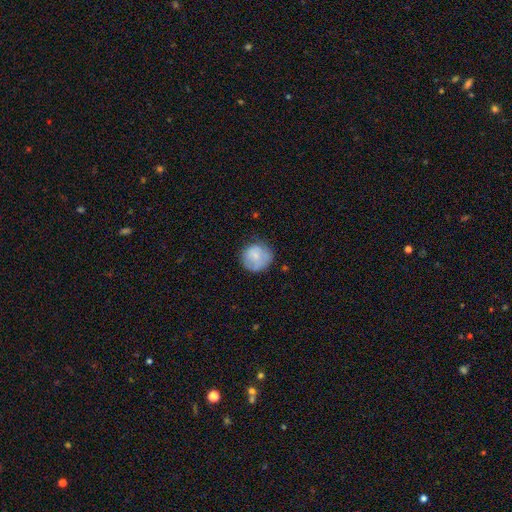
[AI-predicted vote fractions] This appears to be a smooth galaxy with no disk features (72%) that is round (89%). Merging: none (67%).